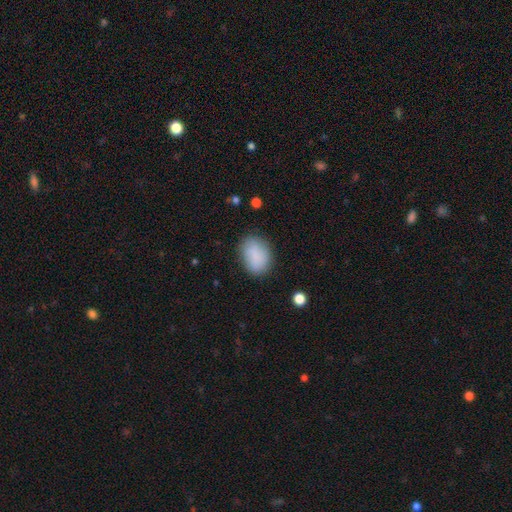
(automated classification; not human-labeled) Smooth or featured?
  - smooth: 85% *
  - featured or disk: 8%
  - star or artifact: 7%
How rounded?
  - in between: 72% *
  - round: 26%
  - cigar-shaped: 1%
Merging?
  - none: 77% *
  - minor disturbance: 17%
  - major disturbance: 5%
  - merger: 2%